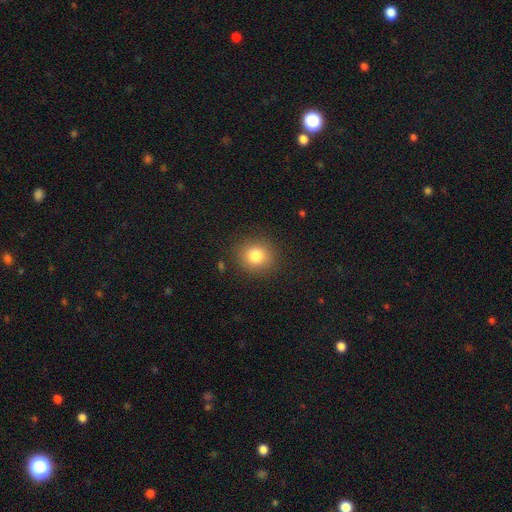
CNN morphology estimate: The model was most divided on "smooth or featured": smooth: 81%, star or artifact: 11%, featured or disk: 8%. More confident: merging — none (88%); how rounded — round (86%).